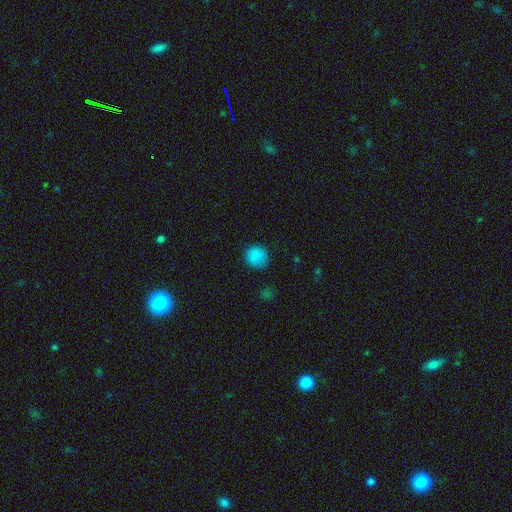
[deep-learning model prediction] A smooth galaxy with no disk features (85%) that is round (88%). Merging: none (85%).